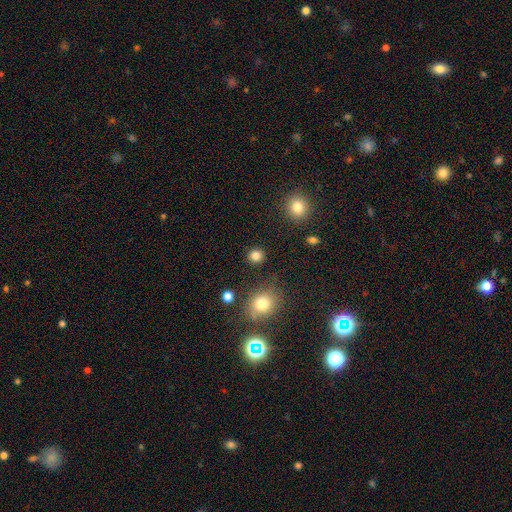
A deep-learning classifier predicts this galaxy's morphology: smooth_or_featured: smooth (p=0.83) [alt: star or artifact p=0.13]
how_rounded: round (p=0.87) [alt: in between p=0.12]
merging: none (p=0.88) [alt: minor disturbance p=0.07]